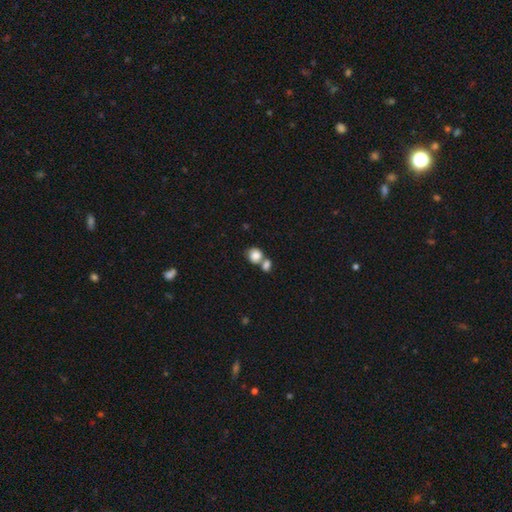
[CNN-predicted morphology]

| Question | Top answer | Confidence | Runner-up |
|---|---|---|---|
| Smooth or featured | smooth | 84% | star or artifact (8%) |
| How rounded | round | 68% | in between (30%) |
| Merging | merger | 50% | none (37%) |